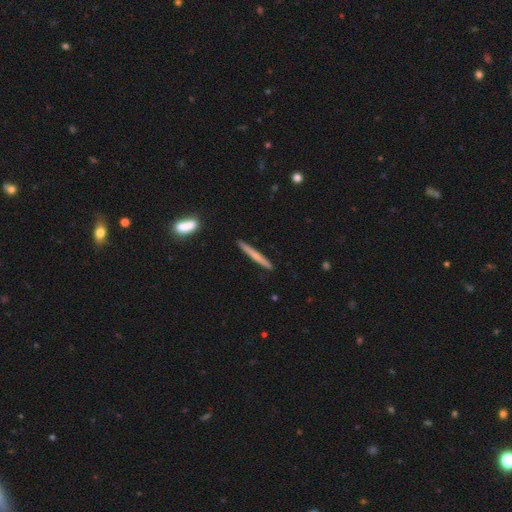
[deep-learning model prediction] Overall: smooth (55%; featured or disk 39%). How rounded: cigar-shaped (96%). Merging: none (91%).